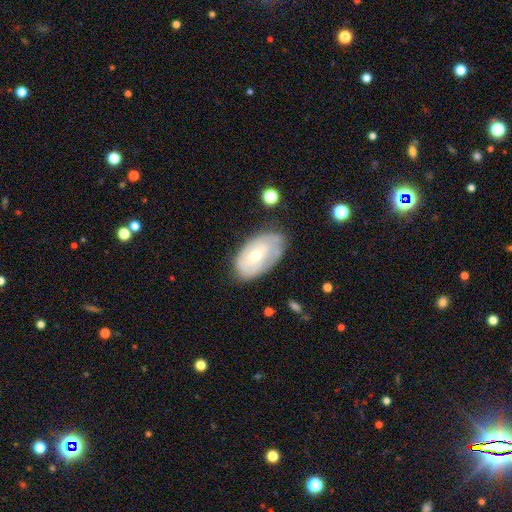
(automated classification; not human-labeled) This is possibly a featured or disk galaxy (56%). It is clearly not viewed edge-on (92%). Bar: possibly no (51%). Spiral arm pattern: possibly yes (59%). Central bulge: possibly small (49%). Merging: likely none (66%).